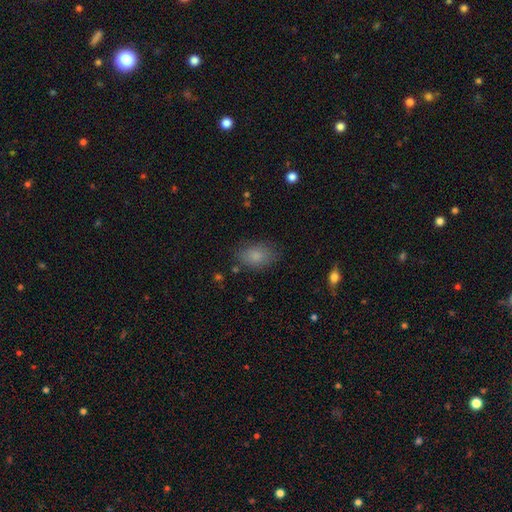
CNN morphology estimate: Smooth or featured? smooth (83%)
How rounded? in between (86%)
Merging? none (77%)